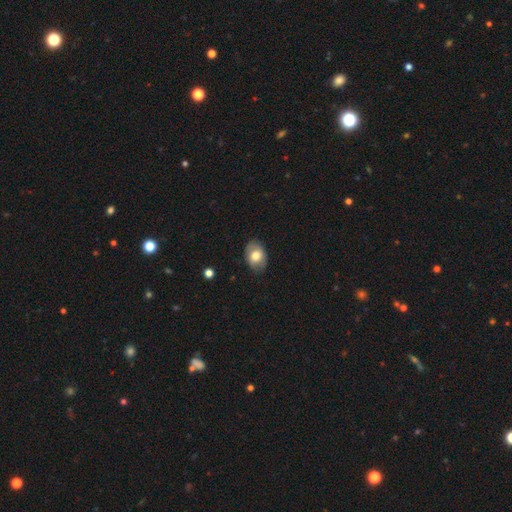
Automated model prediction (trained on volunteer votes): Morphology: type=smooth (74%); roundness=in between (80%); merging=none (83%).